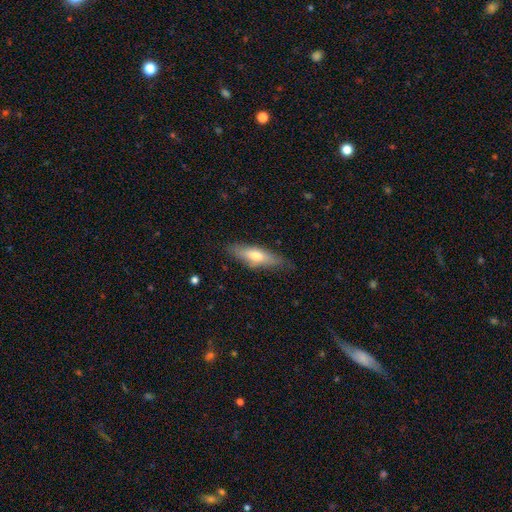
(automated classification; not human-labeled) Smooth or featured: smooth — 59% (featured or disk — 35%)
How rounded: cigar-shaped — 58% (in between — 40%)
Merging: none — 78% (minor disturbance — 17%)